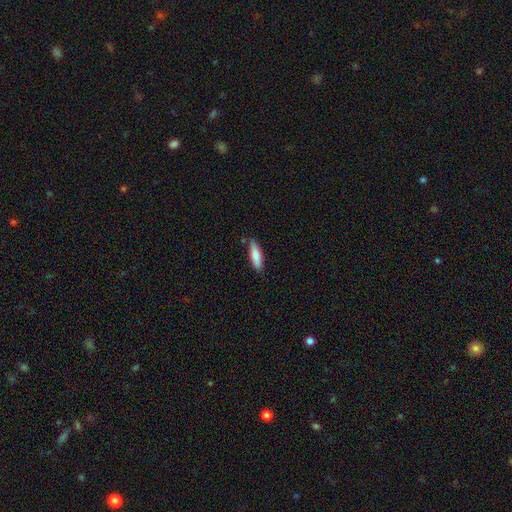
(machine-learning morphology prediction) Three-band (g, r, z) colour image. It shows a smooth galaxy with no disk features (79%) that is cigar-shaped (56%). Merging: none (80%).